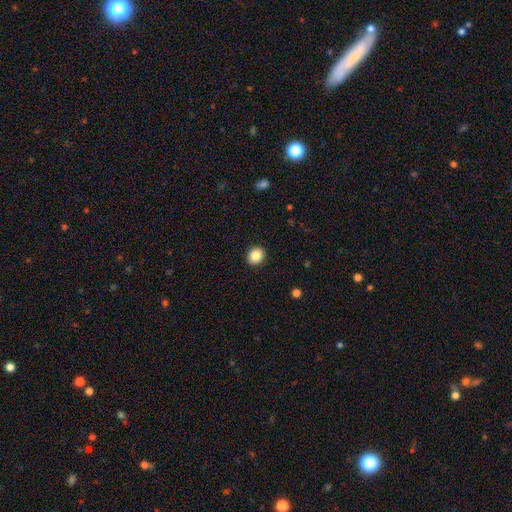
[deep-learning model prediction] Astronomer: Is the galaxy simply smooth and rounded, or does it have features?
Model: smooth — 85%.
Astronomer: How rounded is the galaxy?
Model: round — 76%.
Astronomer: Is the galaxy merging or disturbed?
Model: none — 92%.